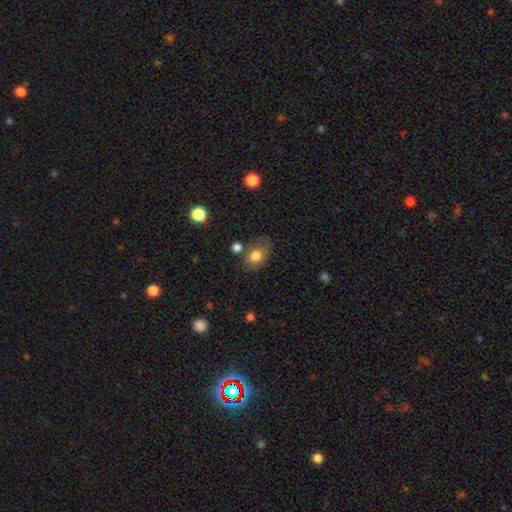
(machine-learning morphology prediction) Overall: smooth (79%). How rounded: in between (60%; round 39%). Merging: none (54%; minor disturbance 25%).